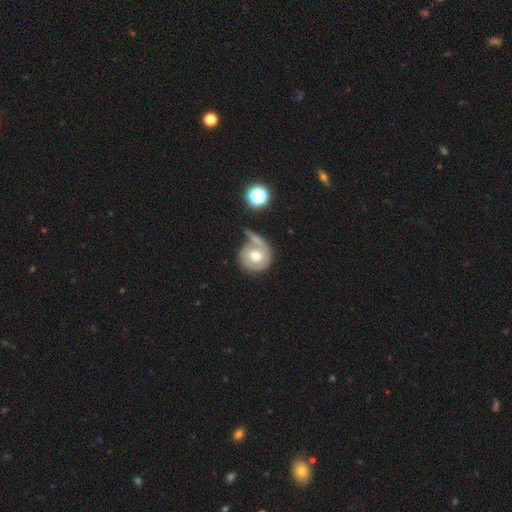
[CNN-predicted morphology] type=smooth (54%); roundness=round (89%); merging=none (45%).